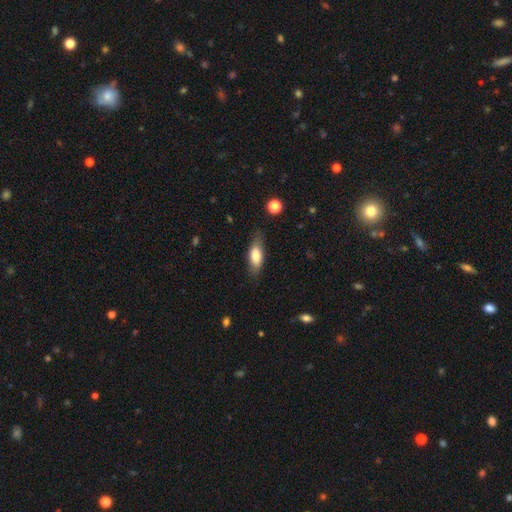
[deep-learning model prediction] smooth_or_featured: smooth (p=0.75) [alt: featured or disk p=0.19]
how_rounded: in between (p=0.73) [alt: cigar-shaped p=0.24]
merging: none (p=0.78) [alt: minor disturbance p=0.17]